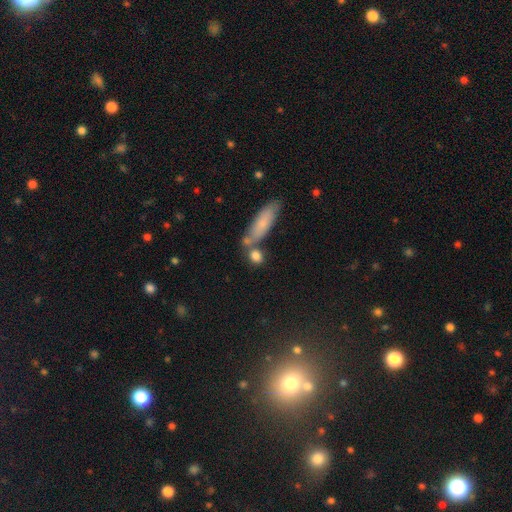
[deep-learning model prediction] Smooth or featured? smooth (80%)
How rounded? round (47%)
Merging? none (60%)